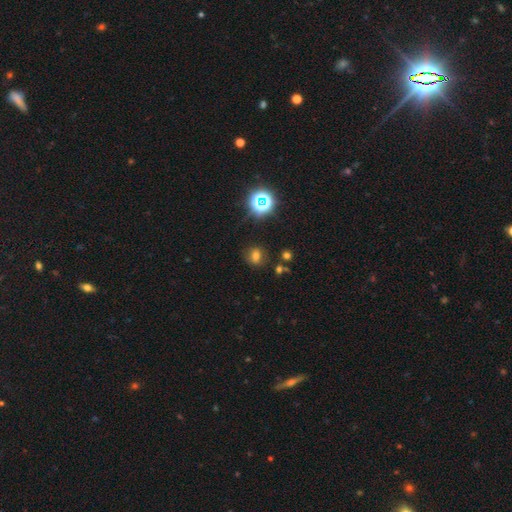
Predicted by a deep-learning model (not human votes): Smooth or featured?
  - smooth: 62% *
  - star or artifact: 28%
  - featured or disk: 11%
How rounded?
  - round: 59% *
  - in between: 40%
  - cigar-shaped: 2%
Merging?
  - none: 78% *
  - minor disturbance: 13%
  - major disturbance: 5%
  - merger: 4%